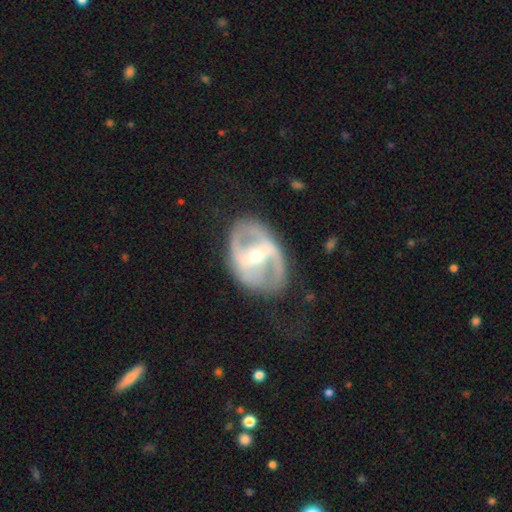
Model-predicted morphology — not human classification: smooth-or-featured: featured or disk: 83% | smooth: 11% | star or artifact: 5%
  disk-edge-on: no: 95% | yes: 5%
    bar: strong: 56% | weak: 29% | no: 15%
    has-spiral-arms: yes: 75% | no: 25%
      spiral-winding: medium: 44% | loose: 32% | tight: 23%
      spiral-arm-count: 2: 81% | can't tell: 10% | 1: 3% | 3: 3% | 4: 1% | more than 4: 1%
    bulge-size: small: 48% (tied) | moderate: 48% (tied) | large: 2% | none: 1% | dominant: 1%
  merging: none: 72% | minor disturbance: 16% | major disturbance: 10% | merger: 2%